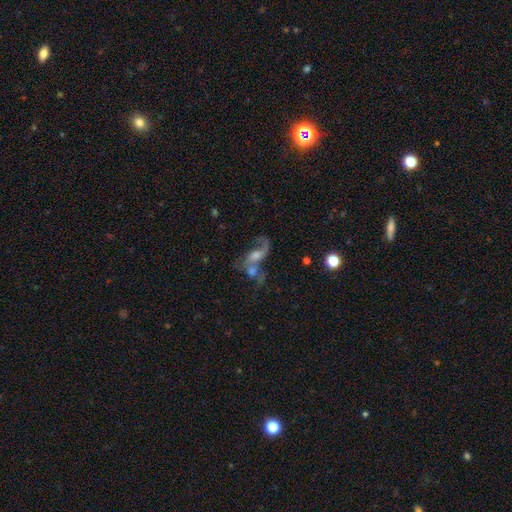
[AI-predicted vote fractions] The model was most divided on "bulge size": moderate: 45%, small: 27%, none: 13%, large: 12%, dominant: 2%. More confident: edge-on disk — no (93%); spiral arms — yes (80%); smooth or featured — featured or disk (66%); merging — merger (58%); bar — no (57%).